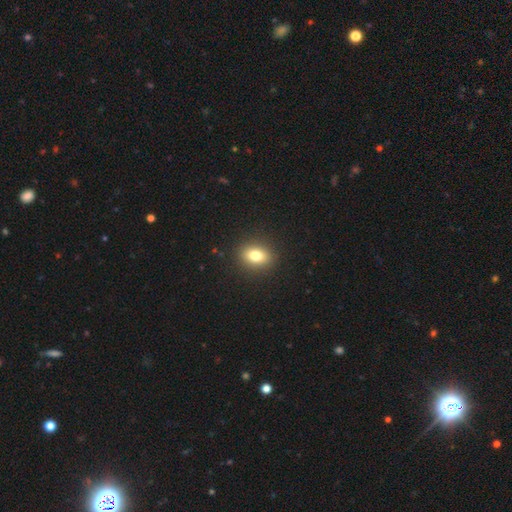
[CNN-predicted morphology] A smooth galaxy with no disk features (78%) that is in between round and cigar-shaped (59%). Merging: none (91%).